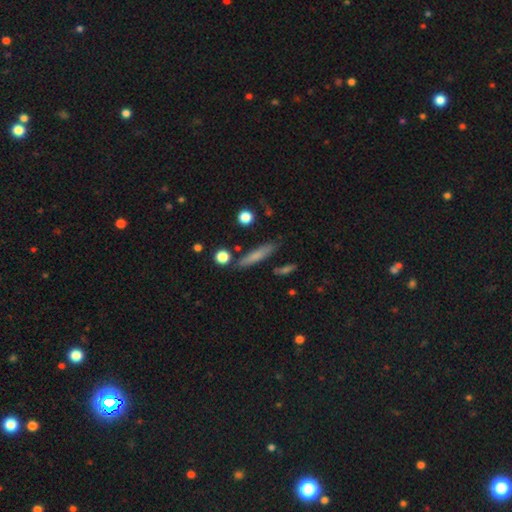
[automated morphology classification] A smooth galaxy with no disk features (69%) that is cigar-shaped (84%). Merging: none (81%).